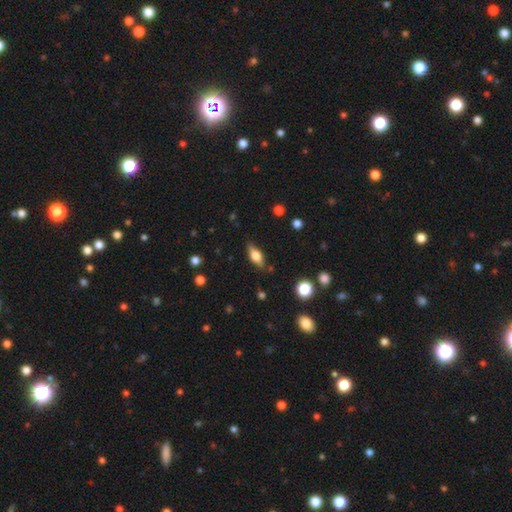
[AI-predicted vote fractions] Overall: smooth (59%; featured or disk 33%). How rounded: in between (76%). Merging: none (78%).